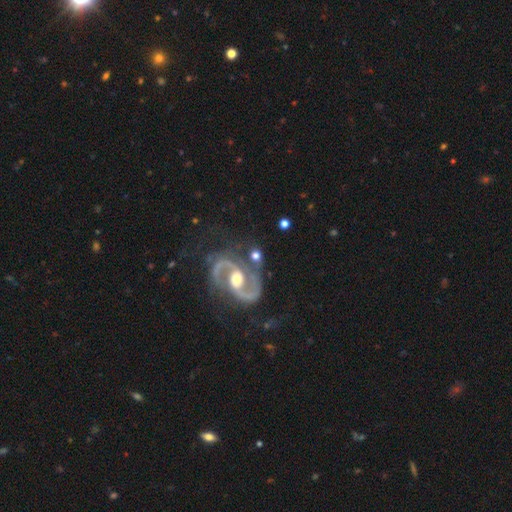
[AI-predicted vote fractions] Q: Smooth or featured?
A: featured or disk (72%); runner-up: smooth (20%)
Q: Edge-on disk?
A: no (96%); runner-up: yes (4%)
Q: Bar?
A: weak (42%); runner-up: no (40%)
Q: Spiral arms?
A: yes (93%); runner-up: no (7%)
Q: Spiral winding?
A: medium (54%); runner-up: loose (32%)
Q: Spiral arm count?
A: 2 (93%); runner-up: can't tell (2%)
Q: Bulge size?
A: moderate (62%); runner-up: small (18%)
Q: Merging?
A: none (63%); runner-up: minor disturbance (15%)